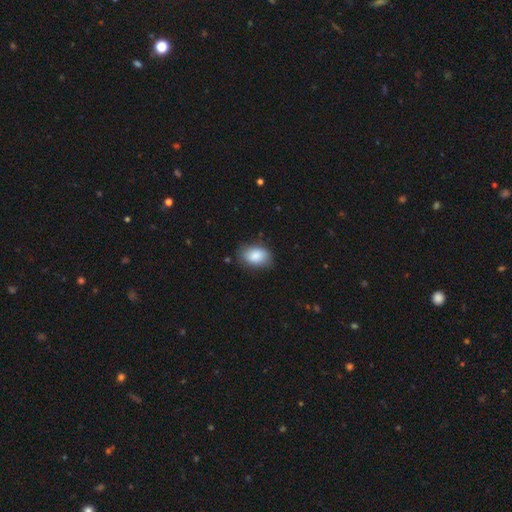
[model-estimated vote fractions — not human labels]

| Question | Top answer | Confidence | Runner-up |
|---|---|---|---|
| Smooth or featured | smooth | 87% | star or artifact (7%) |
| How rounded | in between | 86% | round (12%) |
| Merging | none | 77% | minor disturbance (17%) |